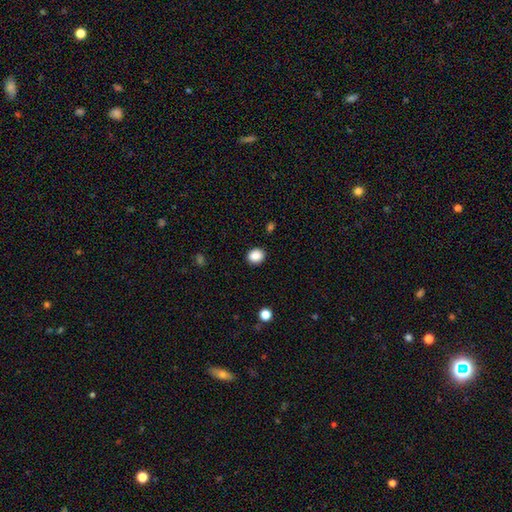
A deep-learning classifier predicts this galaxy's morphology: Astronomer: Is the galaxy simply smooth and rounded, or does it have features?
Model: smooth — 87%.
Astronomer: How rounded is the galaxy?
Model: round — 71%.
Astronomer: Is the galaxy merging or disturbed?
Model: none — 90%.